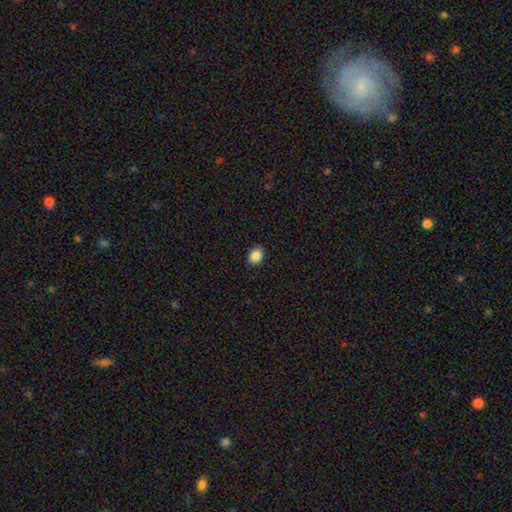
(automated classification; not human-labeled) smooth 88%, star or artifact 9%, featured or disk 3%. Down the decision tree: how rounded — in between (52%); merging — none (90%).